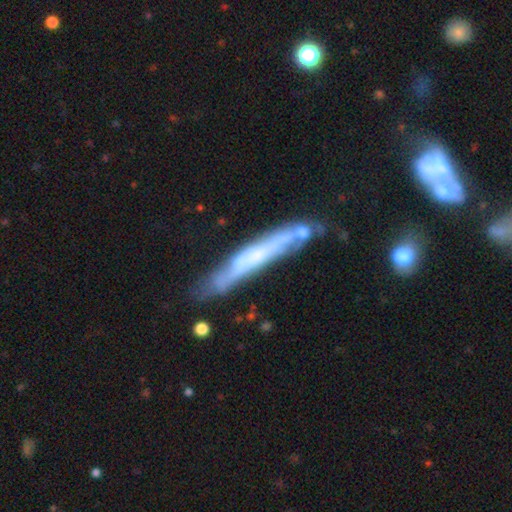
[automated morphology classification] smooth-or-featured: featured or disk: 63% | smooth: 30% | star or artifact: 7%
  disk-edge-on: yes: 81% | no: 19%
    edge-on-bulge: none: 64% | rounded: 24% | boxy: 12%
  merging: none: 64% | minor disturbance: 21% | merger: 9% | major disturbance: 6%